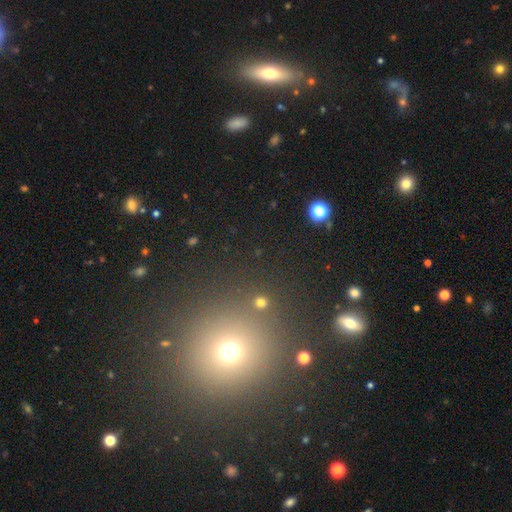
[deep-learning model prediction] The model was most divided on "smooth or featured": smooth: 46%, star or artifact: 43%, featured or disk: 10%. More confident: merging — none (87%).